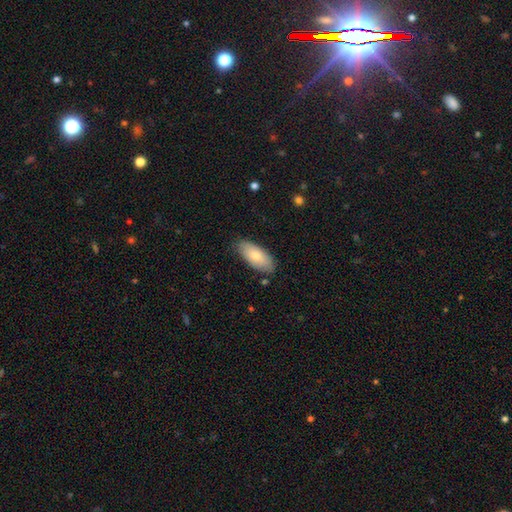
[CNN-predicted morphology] This appears to be a smooth galaxy with no disk features (77%) that is in between round and cigar-shaped (88%). Merging: none (82%).